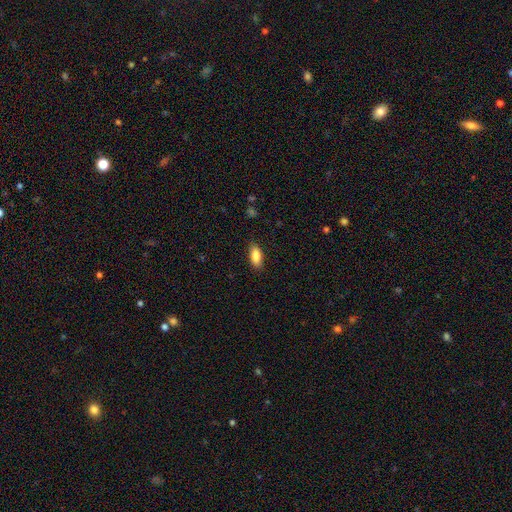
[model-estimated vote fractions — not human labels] Smooth or featured: smooth — 87% (star or artifact — 7%)
How rounded: in between — 87% (cigar-shaped — 11%)
Merging: none — 85% (minor disturbance — 12%)